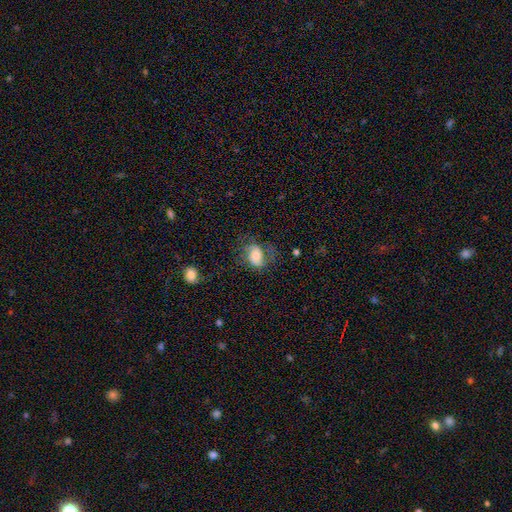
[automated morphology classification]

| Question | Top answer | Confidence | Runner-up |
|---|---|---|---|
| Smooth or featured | smooth | 50% | featured or disk (40%) |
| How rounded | in between | 67% | round (32%) |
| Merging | none | 51% | minor disturbance (24%) |